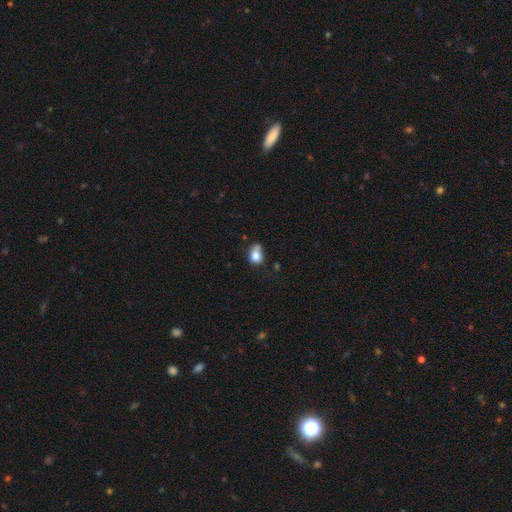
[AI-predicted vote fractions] A smooth galaxy with no disk features (78%) that is in between round and cigar-shaped (53%). Merging: minor disturbance (37%).